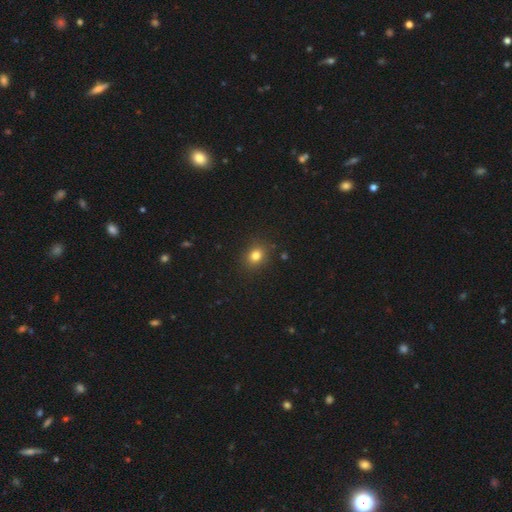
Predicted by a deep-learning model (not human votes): smooth-or-featured: smooth: 81% | star or artifact: 13% | featured or disk: 6%
  how-rounded: round: 58% | in between: 41% | cigar-shaped: 1%
  merging: none: 87% | minor disturbance: 9% | major disturbance: 2% | merger: 1%